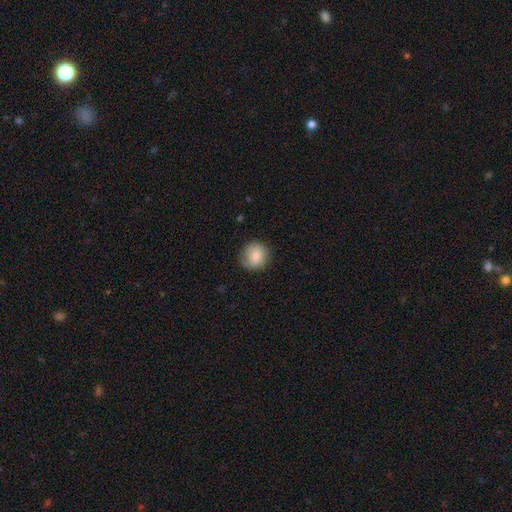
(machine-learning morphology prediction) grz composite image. It shows a smooth galaxy with no disk features (68%) that is round (90%). Merging: none (78%).